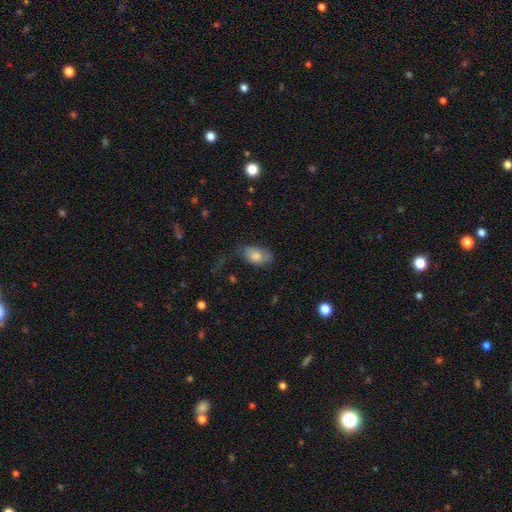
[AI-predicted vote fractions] smooth-or-featured: smooth: 80% | featured or disk: 13% | star or artifact: 7%
  how-rounded: in between: 92% | round: 7% | cigar-shaped: 2%
  merging: none: 59% | minor disturbance: 28% | major disturbance: 11% | merger: 2%